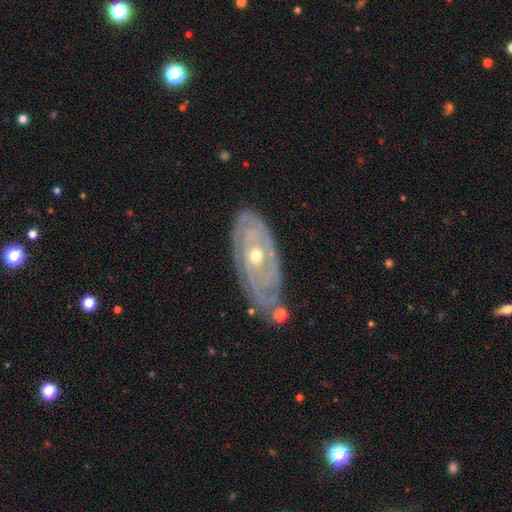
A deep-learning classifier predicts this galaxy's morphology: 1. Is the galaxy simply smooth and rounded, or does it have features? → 82% featured or disk, 13% smooth, 5% star or artifact.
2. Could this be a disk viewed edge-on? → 91% no, 9% yes.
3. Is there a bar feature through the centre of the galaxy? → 83% no, 12% weak, 4% strong.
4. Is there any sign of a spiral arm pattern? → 79% yes, 21% no.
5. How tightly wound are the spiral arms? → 78% tight, 16% medium, 5% loose.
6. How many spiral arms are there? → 45% can't tell, 29% 2, 10% 3, 6% 1, 5% 4, 4% more than 4.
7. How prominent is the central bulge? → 62% moderate, 34% small, 2% large, 1% dominant, 1% none.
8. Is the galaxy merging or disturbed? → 71% none, 19% minor disturbance, 7% major disturbance, 3% merger.